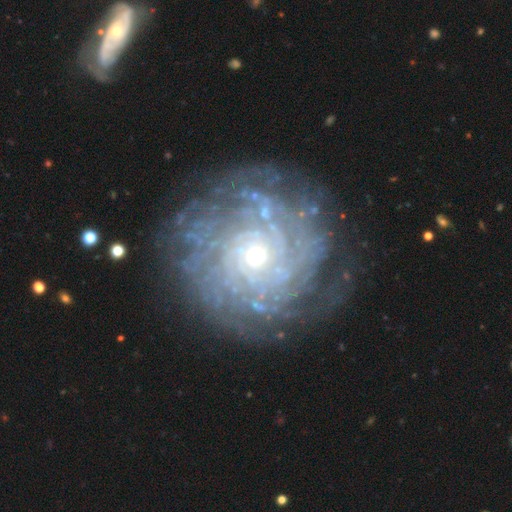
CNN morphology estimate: Smooth or featured: featured or disk — 87% (star or artifact — 7%)
Edge-on disk: no — 97% (yes — 3%)
Bar: no — 78% (weak — 17%)
Spiral arms: yes — 95% (no — 5%)
Spiral winding: tight — 83% (medium — 13%)
Spiral arm count: can't tell — 34% (more than 4 — 29%)
Bulge size: small — 64% (moderate — 31%)
Merging: none — 79% (minor disturbance — 13%)